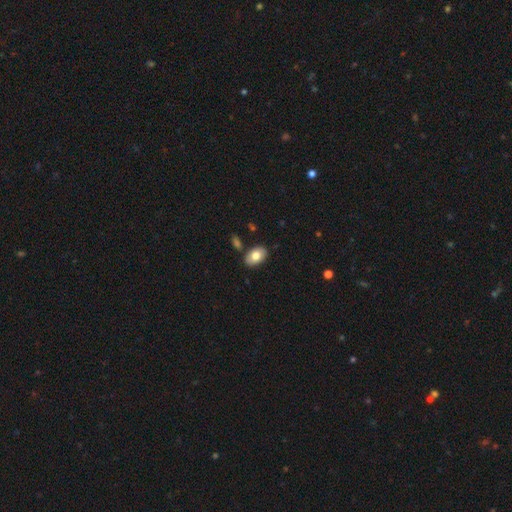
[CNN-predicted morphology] Overall: smooth (78%). How rounded: in between (90%). Merging: none (82%).